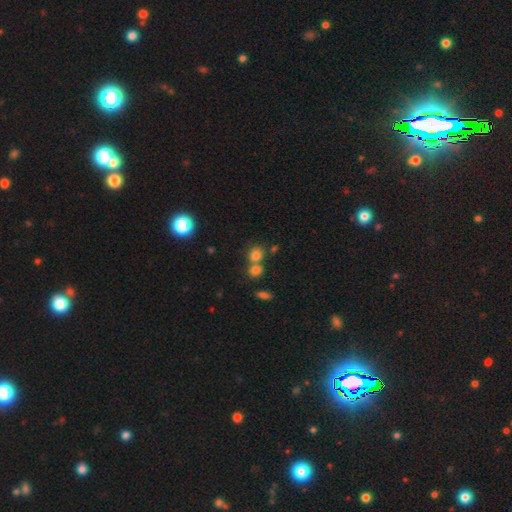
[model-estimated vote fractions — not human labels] Smooth or featured?
  - smooth: 78% *
  - star or artifact: 15%
  - featured or disk: 8%
How rounded?
  - round: 69% *
  - in between: 30%
  - cigar-shaped: 1%
Merging?
  - none: 48% *
  - merger: 39%
  - minor disturbance: 9%
  - major disturbance: 4%